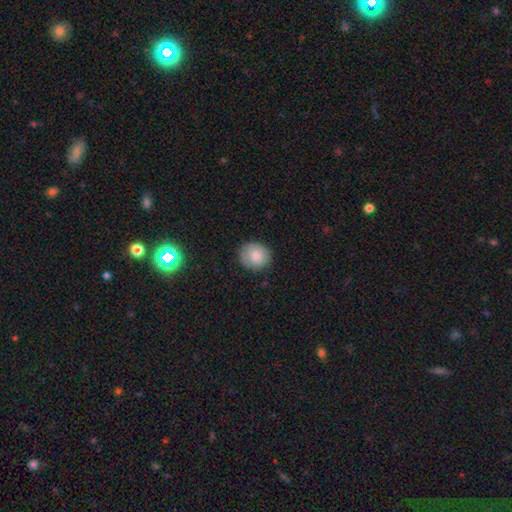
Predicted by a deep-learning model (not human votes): smooth-or-featured: smooth: 83% | featured or disk: 9% | star or artifact: 8%
  how-rounded: round: 83% | in between: 17% | cigar-shaped: 1%
  merging: none: 84% | minor disturbance: 13% | major disturbance: 3% | merger: 1%